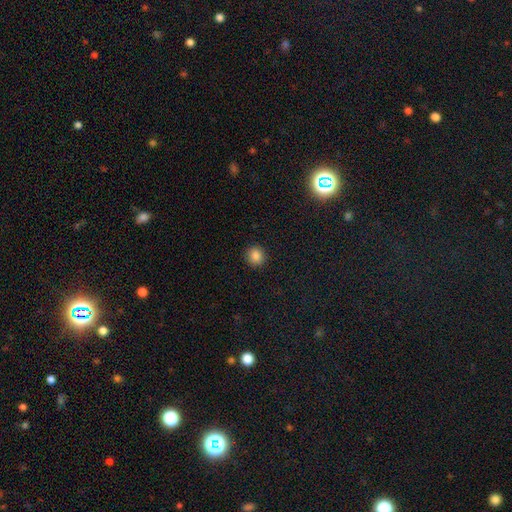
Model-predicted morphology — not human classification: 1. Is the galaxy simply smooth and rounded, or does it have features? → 85% smooth, 11% star or artifact, 4% featured or disk.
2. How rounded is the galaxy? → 88% round, 11% in between, 1% cigar-shaped.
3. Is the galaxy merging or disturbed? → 91% none, 6% minor disturbance, 2% major disturbance, 1% merger.